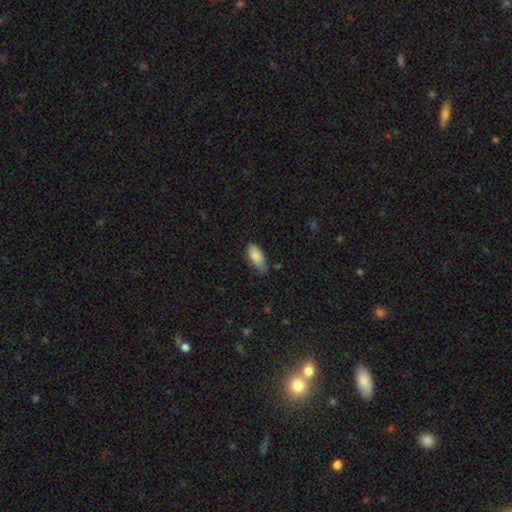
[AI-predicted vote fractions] Smooth or featured? Predicted: smooth (p=0.86). How rounded? Predicted: in between (p=0.88). Merging? Predicted: none (p=0.58).